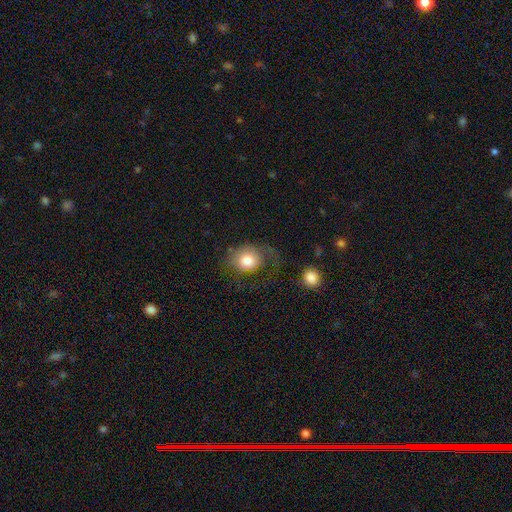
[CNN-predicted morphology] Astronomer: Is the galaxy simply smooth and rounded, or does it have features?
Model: smooth — 63%.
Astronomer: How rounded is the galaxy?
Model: round — 62% (runner-up: in between, 37%).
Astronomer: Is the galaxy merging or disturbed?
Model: none — 47% (runner-up: major disturbance, 29%).